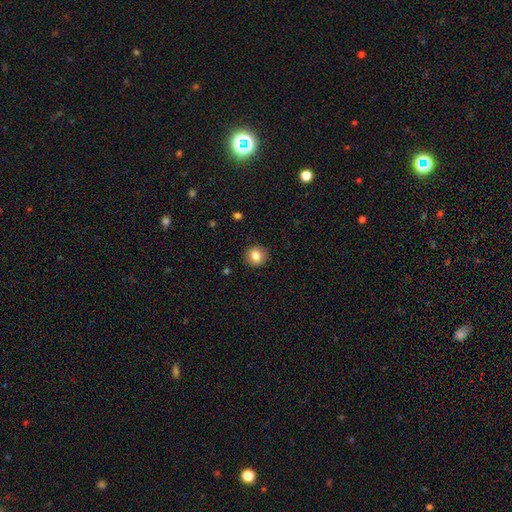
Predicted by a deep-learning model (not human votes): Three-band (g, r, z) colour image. It shows a smooth galaxy with no disk features (82%) that is round (88%). Merging: none (91%).